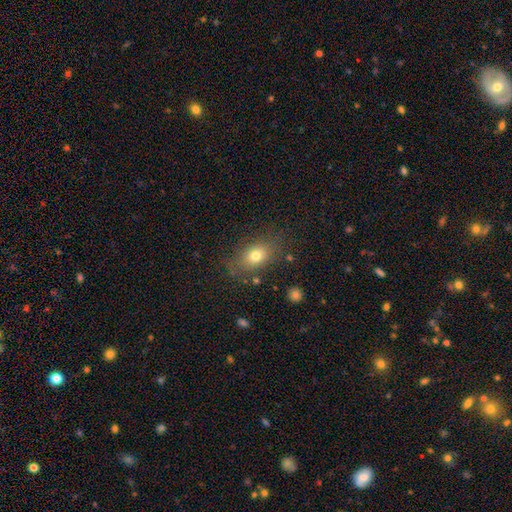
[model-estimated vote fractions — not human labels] A smooth galaxy with no disk features (75%) that is in between round and cigar-shaped (72%).

Vote fractions:
- Smooth or featured? smooth: 75% / featured or disk: 13% / star or artifact: 12%
- How rounded? in between: 72% / round: 26% / cigar-shaped: 2%
- Merging? none: 77% / minor disturbance: 15% / major disturbance: 6% / merger: 2%